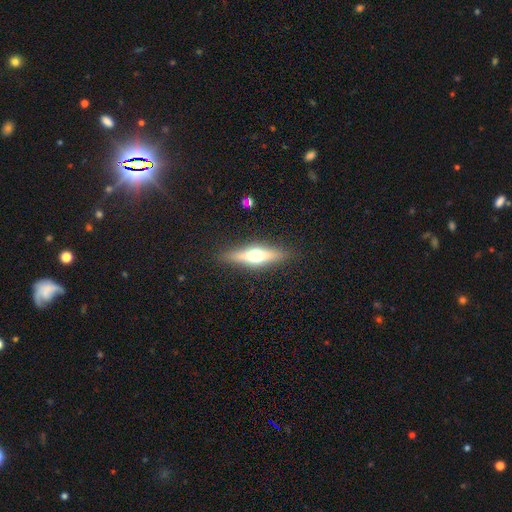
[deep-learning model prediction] Overall: featured or disk (55%; smooth 39%). Edge-on disk: yes (92%). Edge-on bulge: rounded (93%). Merging: none (88%).